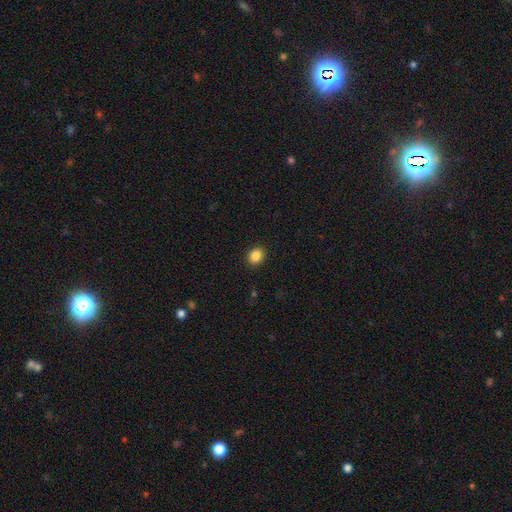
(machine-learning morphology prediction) A smooth galaxy with no disk features (86%) that is round (58%).

Vote fractions:
- Smooth or featured? smooth: 86% / star or artifact: 10% / featured or disk: 4%
- How rounded? round: 58% / in between: 41% / cigar-shaped: 1%
- Merging? none: 91% / minor disturbance: 6% / major disturbance: 2% / merger: 1%